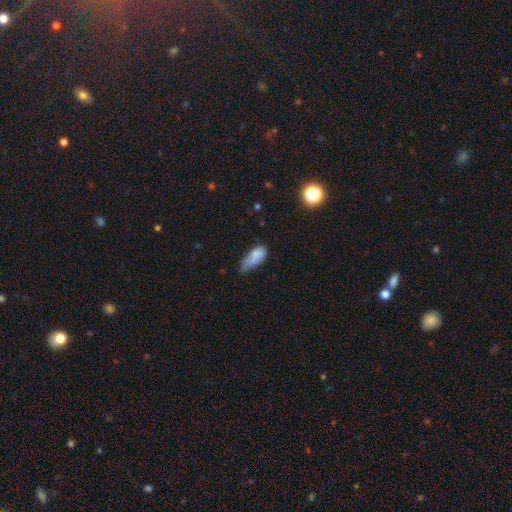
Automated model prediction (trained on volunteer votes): smooth 80%, featured or disk 11%, star or artifact 9%. Down the decision tree: how rounded — in between (85%); merging — minor disturbance (50%).